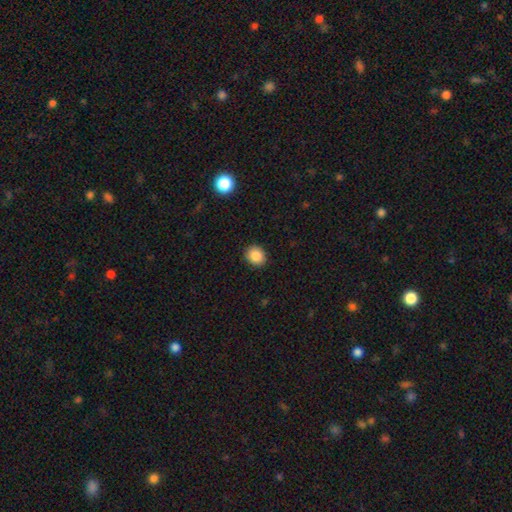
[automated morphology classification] Overall: smooth (87%). How rounded: round (74%). Merging: none (91%).